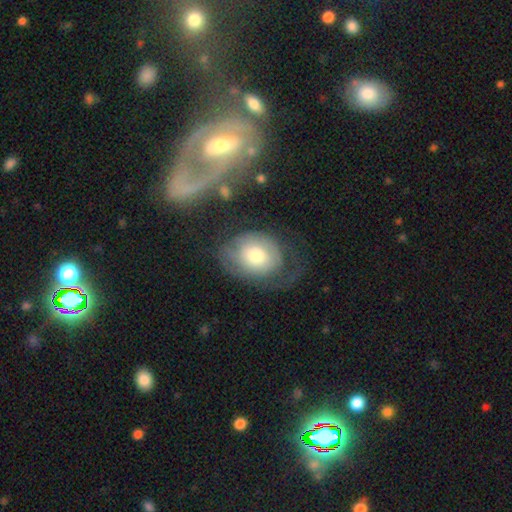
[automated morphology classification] Smooth or featured: smooth — 47% (featured or disk — 45%)
Merging: none — 47% (major disturbance — 25%)